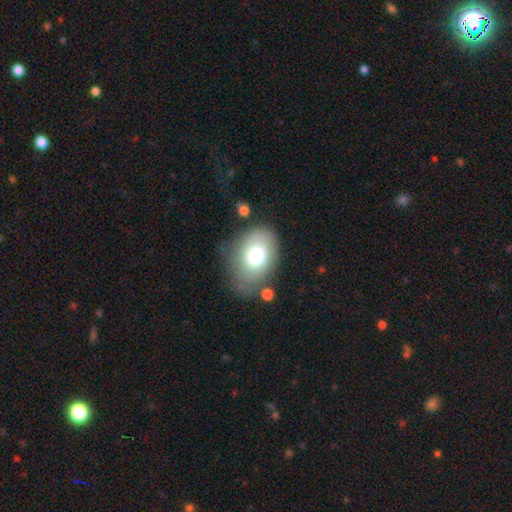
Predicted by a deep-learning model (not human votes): Morphology: type=smooth (73%); roundness=in between (74%); merging=none (60%).